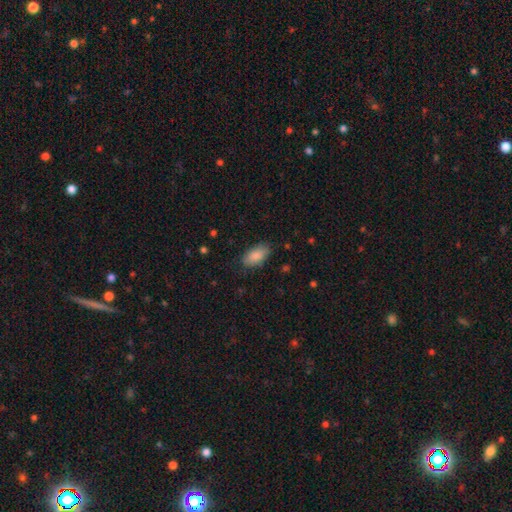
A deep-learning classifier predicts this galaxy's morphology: The model was most divided on "merging": none: 82%, minor disturbance: 14%, major disturbance: 3%, merger: 1%. More confident: how rounded — in between (93%); smooth or featured — smooth (87%).